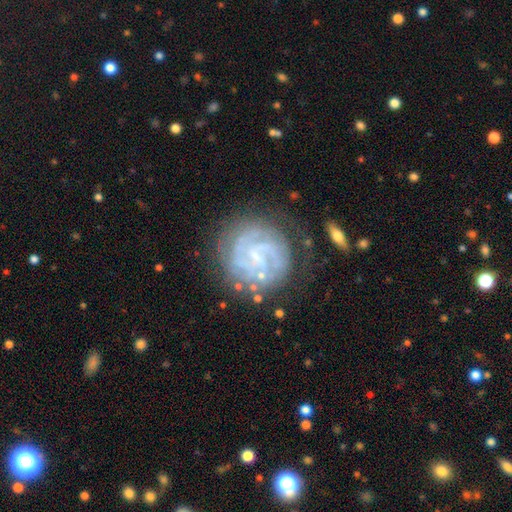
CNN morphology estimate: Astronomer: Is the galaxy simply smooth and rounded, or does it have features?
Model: featured or disk — 84%.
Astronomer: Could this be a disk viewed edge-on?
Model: no — 98%.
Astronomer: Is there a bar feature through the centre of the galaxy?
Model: weak — 43% (runner-up: no, 41%).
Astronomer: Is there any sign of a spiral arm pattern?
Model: yes — 95%.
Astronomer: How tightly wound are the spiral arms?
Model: tight — 70%.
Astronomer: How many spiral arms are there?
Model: can't tell — 27% (runner-up: 2, 26%).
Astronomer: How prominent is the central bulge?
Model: small — 66%.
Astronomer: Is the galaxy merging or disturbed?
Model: none — 73%.